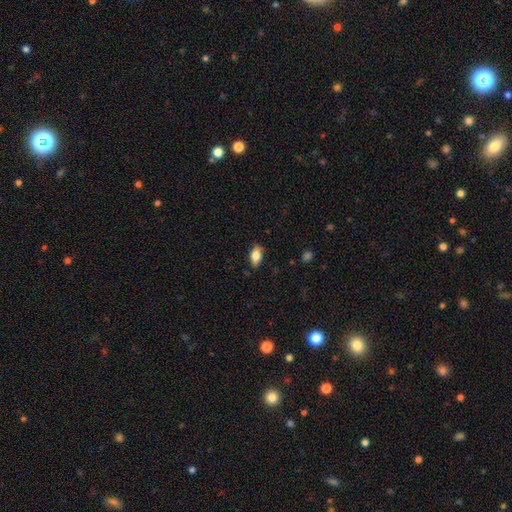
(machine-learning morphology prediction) Smooth or featured: smooth — 74% (featured or disk — 18%)
How rounded: in between — 86% (cigar-shaped — 9%)
Merging: none — 85% (minor disturbance — 12%)